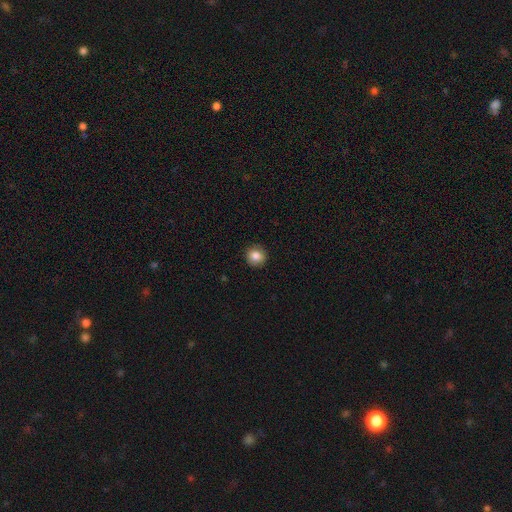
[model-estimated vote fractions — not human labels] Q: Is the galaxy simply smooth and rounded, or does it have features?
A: smooth — 84%.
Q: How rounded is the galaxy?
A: round — 90%.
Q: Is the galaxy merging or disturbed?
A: none — 89%.